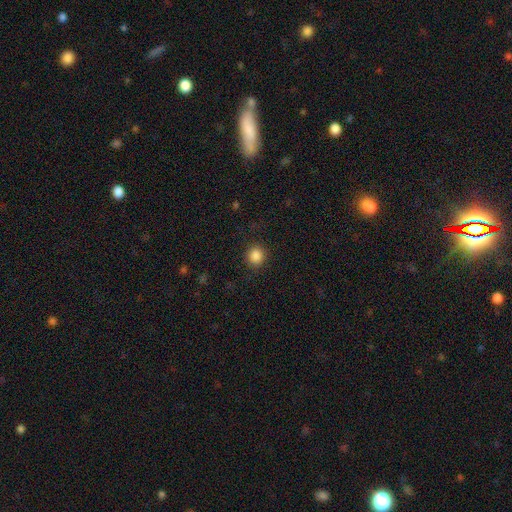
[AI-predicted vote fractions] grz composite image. It shows a smooth galaxy with no disk features (87%) that is round (88%). Merging: none (89%).